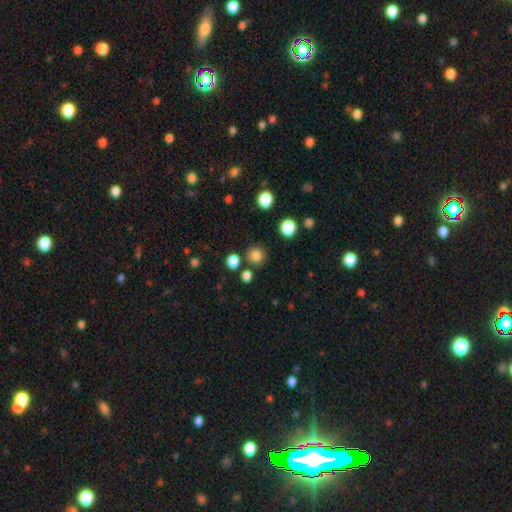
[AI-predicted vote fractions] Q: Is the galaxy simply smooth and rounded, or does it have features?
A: smooth — 82%.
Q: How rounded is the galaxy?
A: round — 92%.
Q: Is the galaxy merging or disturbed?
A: none — 83%.